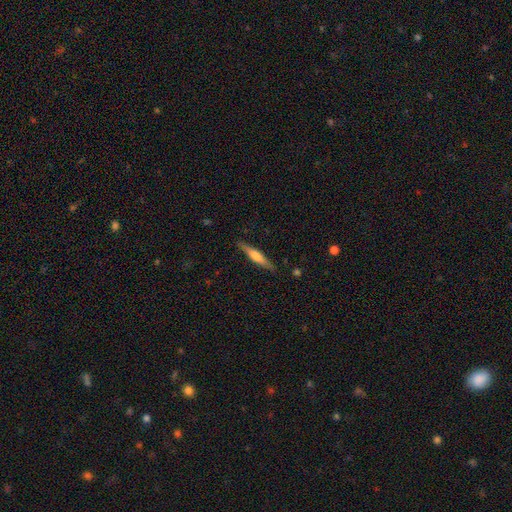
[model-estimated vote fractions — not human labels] A featured or disk galaxy (58%) viewed edge-on (97%) with a rounded central bulge (70%). Merging: none (89%).